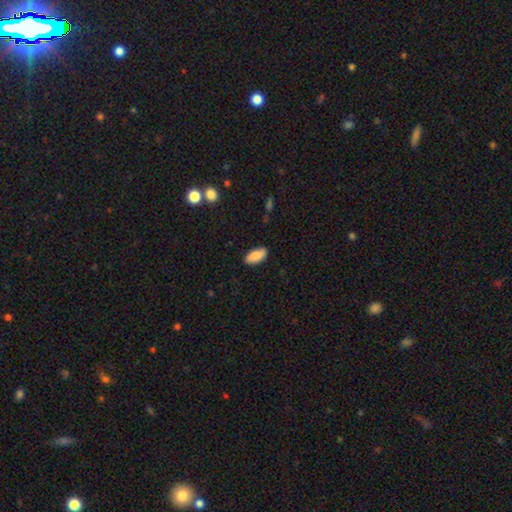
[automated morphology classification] A smooth galaxy with no disk features (82%) that is in between round and cigar-shaped (89%). Merging: none (85%).